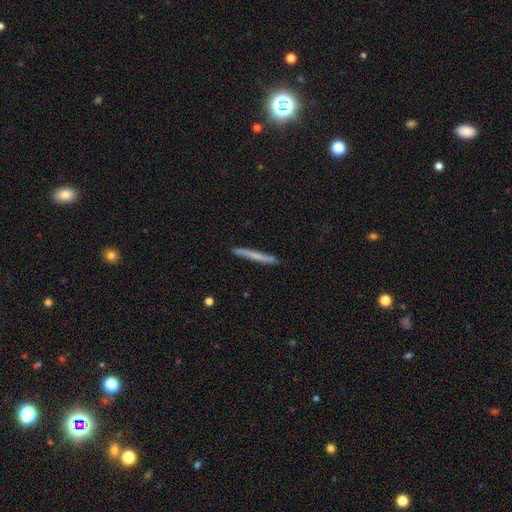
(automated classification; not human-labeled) A smooth galaxy with no disk features (57%) that is cigar-shaped (97%). Merging: none (89%).